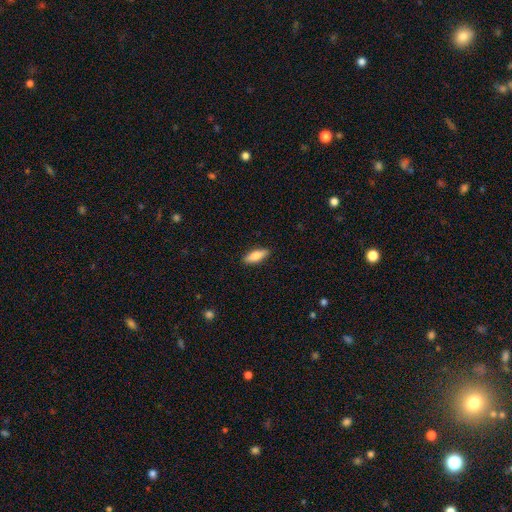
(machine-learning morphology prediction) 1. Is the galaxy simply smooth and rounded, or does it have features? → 73% smooth, 21% featured or disk, 6% star or artifact.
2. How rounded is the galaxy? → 60% in between, 38% cigar-shaped, 2% round.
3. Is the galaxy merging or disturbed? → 89% none, 8% minor disturbance, 2% major disturbance, 1% merger.